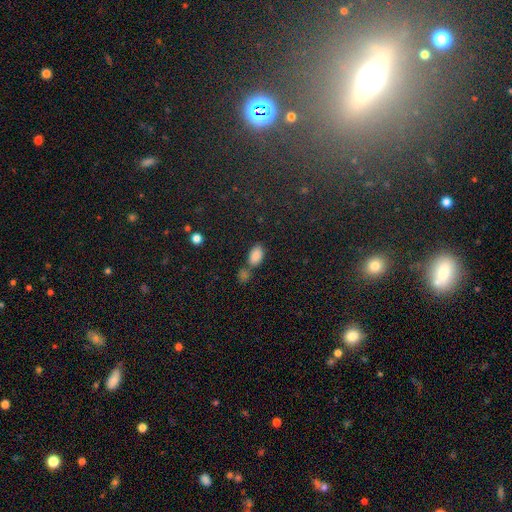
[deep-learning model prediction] Smooth or featured? Predicted: smooth (p=0.85). How rounded? Predicted: in between (p=0.93). Merging? Predicted: none (p=0.57).